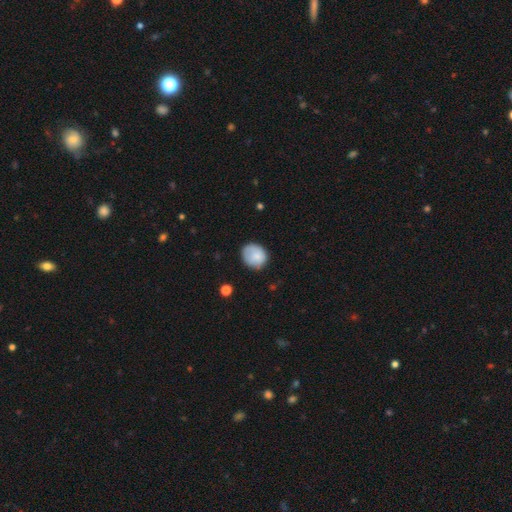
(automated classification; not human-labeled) A smooth galaxy with no disk features (82%) that is round (71%).

Vote fractions:
- Smooth or featured? smooth: 82% / featured or disk: 11% / star or artifact: 7%
- How rounded? round: 71% / in between: 28% / cigar-shaped: 1%
- Merging? none: 71% / minor disturbance: 22% / major disturbance: 5% / merger: 1%